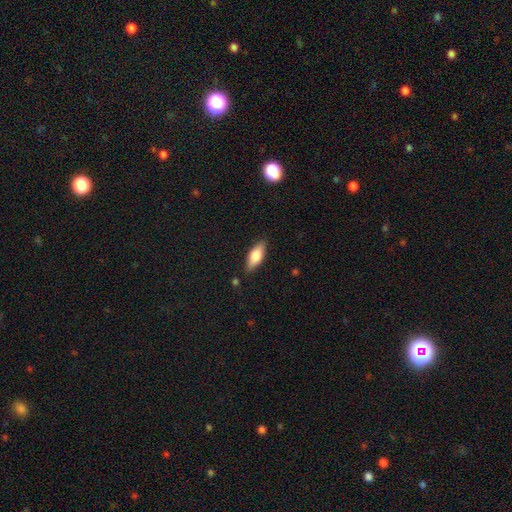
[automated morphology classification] Smooth or featured? Predicted: smooth (p=0.68). How rounded? Predicted: in between (p=0.71). Merging? Predicted: none (p=0.84).